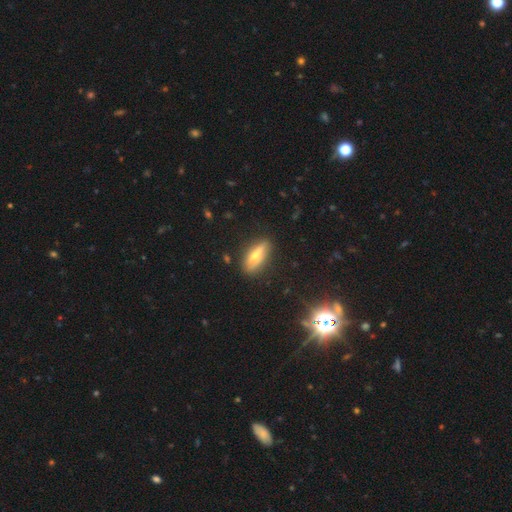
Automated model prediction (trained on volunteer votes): The model was most divided on "smooth or featured": smooth: 49%, featured or disk: 40%, star or artifact: 11%. More confident: merging — none (81%).